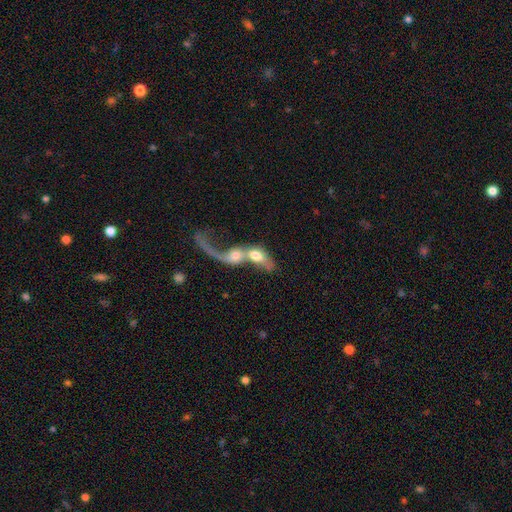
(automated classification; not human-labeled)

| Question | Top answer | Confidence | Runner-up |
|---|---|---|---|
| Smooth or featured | smooth | 47% | featured or disk (45%) |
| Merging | merger | 81% | major disturbance (11%) |